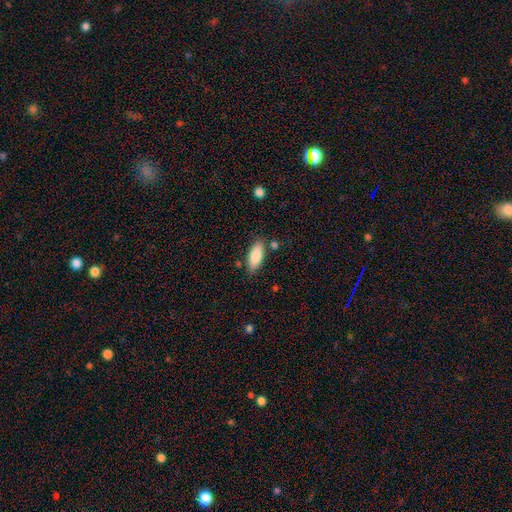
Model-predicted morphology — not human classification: type=smooth (86%); roundness=in between (77%); merging=none (81%).